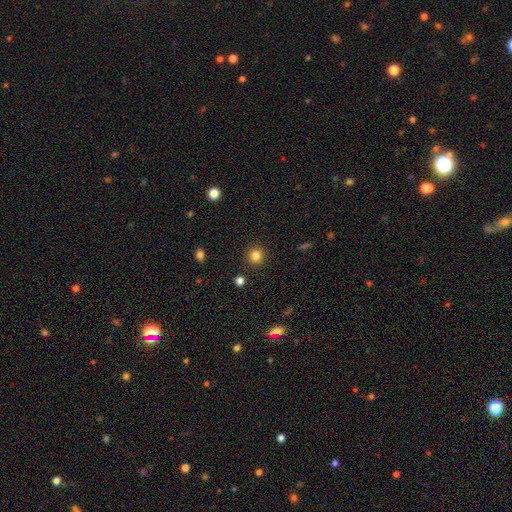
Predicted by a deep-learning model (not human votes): Smooth or featured? Predicted: smooth (p=0.83). How rounded? Predicted: round (p=0.93). Merging? Predicted: none (p=0.91).